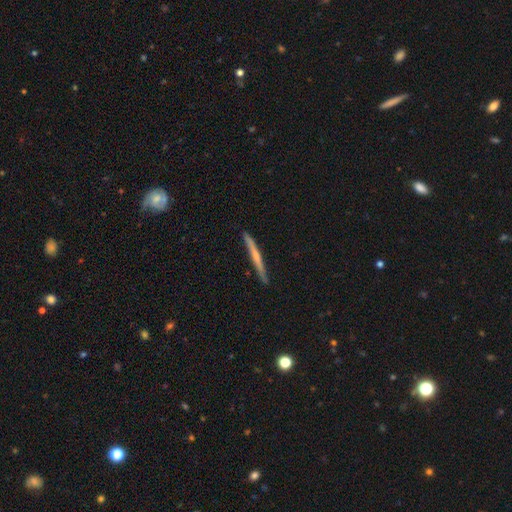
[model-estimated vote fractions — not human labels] smooth-or-featured: featured or disk: 52% | smooth: 43% | star or artifact: 6%
  disk-edge-on: yes: 97% | no: 3%
    edge-on-bulge: none: 56% | rounded: 37% | boxy: 7%
  merging: none: 87% | minor disturbance: 10% | major disturbance: 2% | merger: 1%